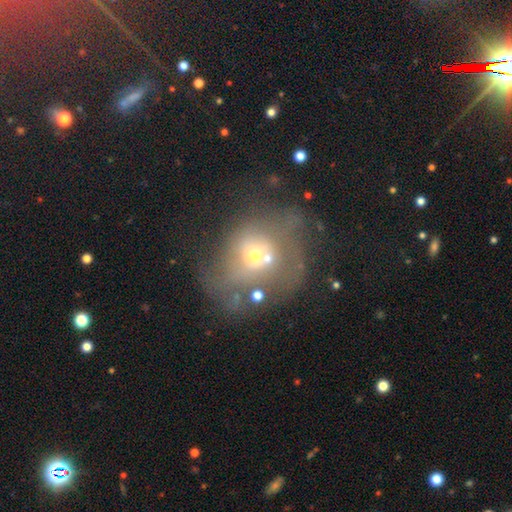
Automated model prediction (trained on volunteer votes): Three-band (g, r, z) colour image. It shows a featured or disk galaxy (43%). Merging: merger (33%).